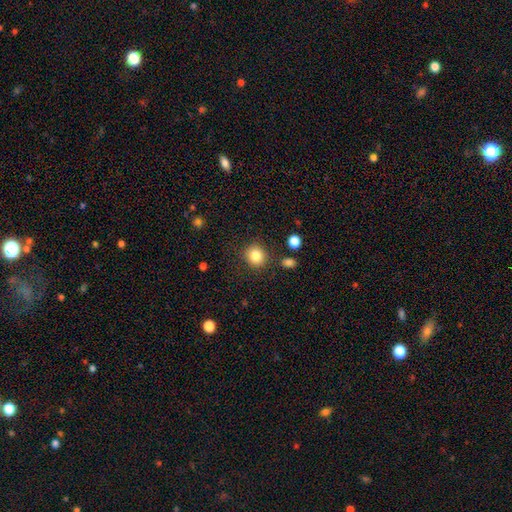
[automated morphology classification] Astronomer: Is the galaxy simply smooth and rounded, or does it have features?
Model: smooth — 84%.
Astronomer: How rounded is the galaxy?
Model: round — 87%.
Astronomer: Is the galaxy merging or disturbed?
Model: none — 85%.